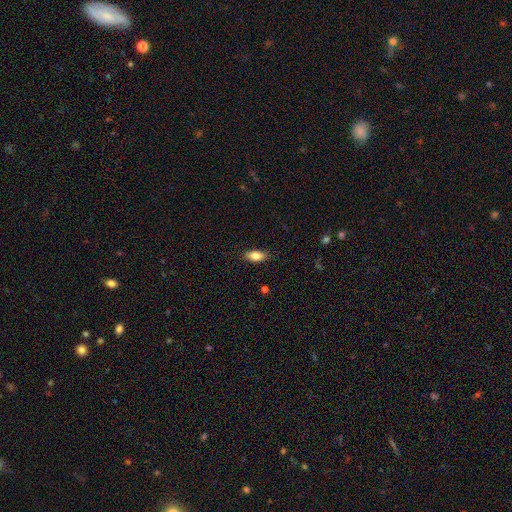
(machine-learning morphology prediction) smooth_or_featured: smooth (p=0.81) [alt: featured or disk p=0.11]
how_rounded: in between (p=0.84) [alt: cigar-shaped p=0.12]
merging: none (p=0.87) [alt: minor disturbance p=0.10]